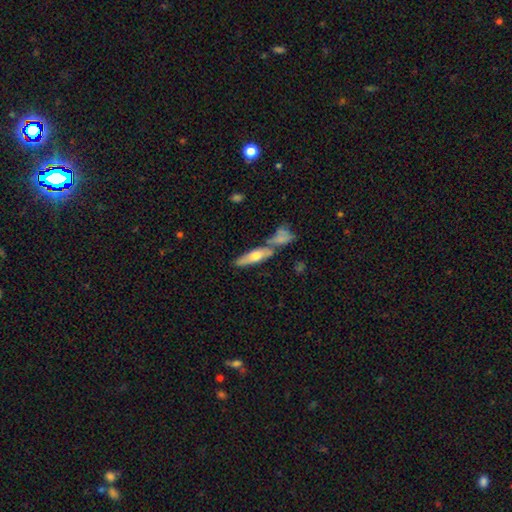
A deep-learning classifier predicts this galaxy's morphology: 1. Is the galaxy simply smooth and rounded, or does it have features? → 53% smooth, 41% featured or disk, 6% star or artifact.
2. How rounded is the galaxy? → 58% cigar-shaped, 39% in between, 3% round.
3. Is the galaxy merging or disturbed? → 58% none, 25% merger, 13% minor disturbance, 4% major disturbance.